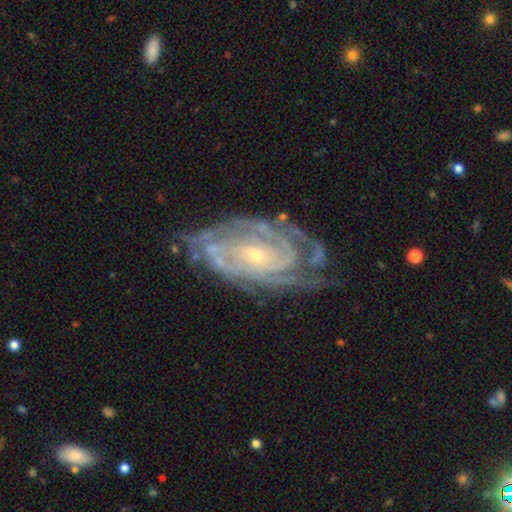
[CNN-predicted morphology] smooth-or-featured: featured or disk: 90% | star or artifact: 6% | smooth: 4%
  disk-edge-on: no: 96% | yes: 4%
    bar: no: 62% | weak: 27% | strong: 11%
    has-spiral-arms: yes: 97% | no: 3%
      spiral-winding: tight: 73% | medium: 24% | loose: 4%
      spiral-arm-count: can't tell: 23% (tied) | 3: 23% (tied) | 4: 21% | 2: 18% | more than 4: 8% | 1: 6%
    bulge-size: small: 79% | moderate: 18% | none: 1% | large: 1% | dominant: 1%
  merging: none: 66% | minor disturbance: 23% | major disturbance: 10% | merger: 2%